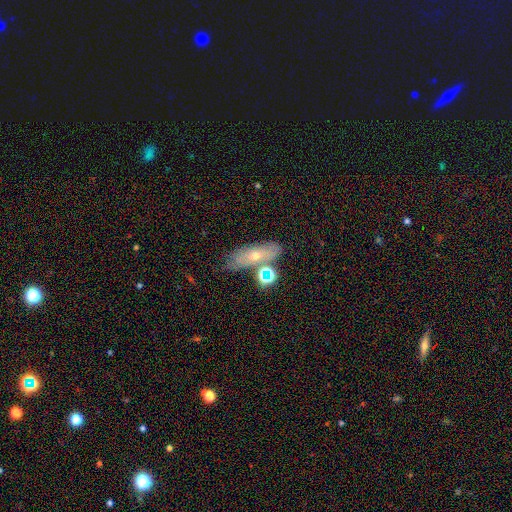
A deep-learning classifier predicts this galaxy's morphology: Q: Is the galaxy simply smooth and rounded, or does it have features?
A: smooth — 44%.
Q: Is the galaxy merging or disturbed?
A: none — 62%.